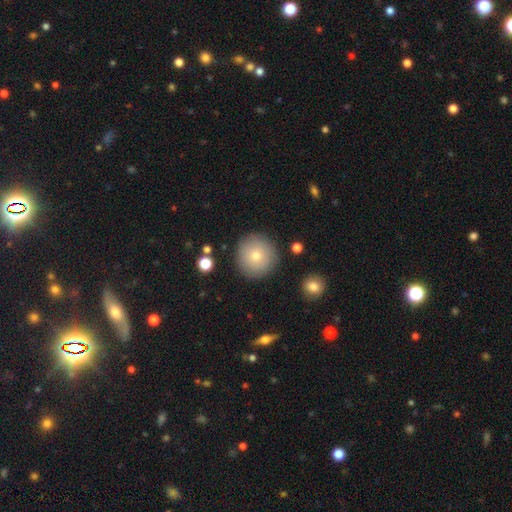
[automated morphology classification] Smooth or featured?
  - smooth: 74% *
  - featured or disk: 16%
  - star or artifact: 10%
How rounded?
  - round: 95% *
  - in between: 4%
  - cigar-shaped: 1%
Merging?
  - none: 89% *
  - minor disturbance: 7%
  - major disturbance: 2%
  - merger: 2%